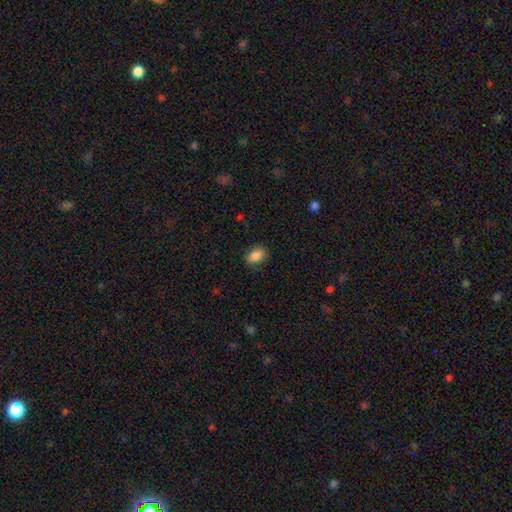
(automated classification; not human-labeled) Smooth or featured? smooth (88%)
How rounded? in between (82%)
Merging? none (85%)